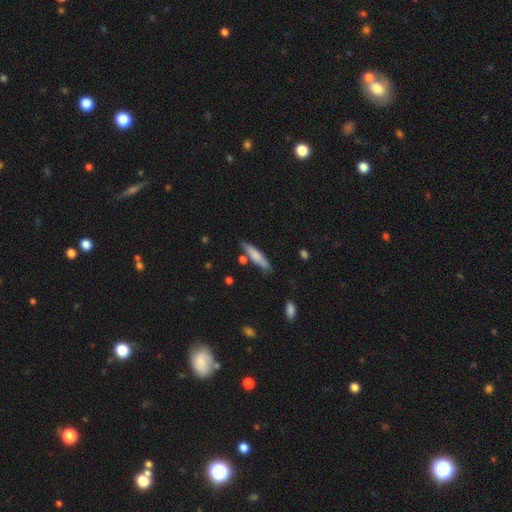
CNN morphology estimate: smooth_or_featured: smooth (p=0.71) [alt: featured or disk p=0.23]
how_rounded: cigar-shaped (p=0.80) [alt: in between p=0.19]
merging: none (p=0.74) [alt: minor disturbance p=0.16]